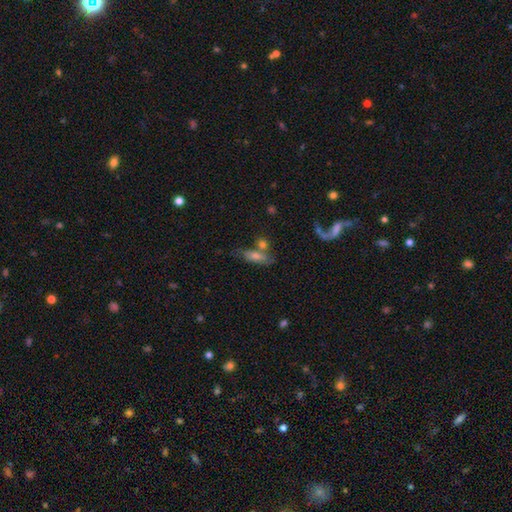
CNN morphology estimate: A smooth galaxy with no disk features (48%). Merging: none (49%).